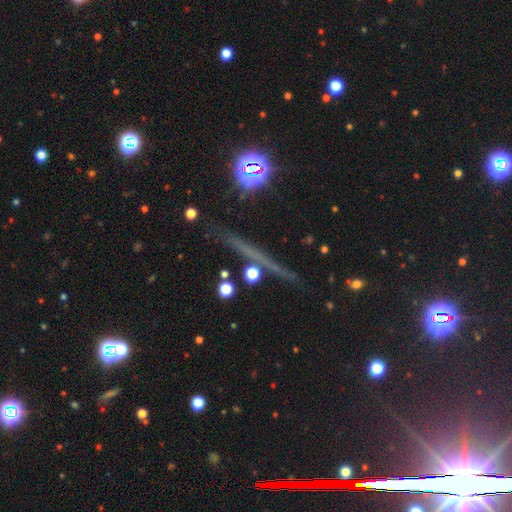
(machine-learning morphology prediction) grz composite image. It shows a featured or disk galaxy (60%) viewed edge-on (94%) with a rounded central bulge (53%). Merging: none (85%).